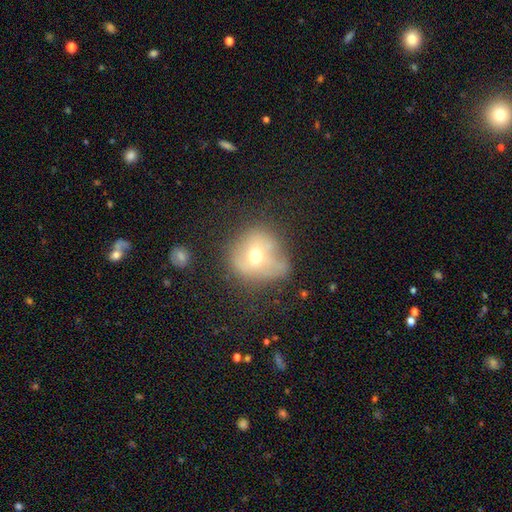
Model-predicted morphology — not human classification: Overall: smooth (56%; featured or disk 31%). How rounded: round (82%). Merging: none (49%; minor disturbance 27%).